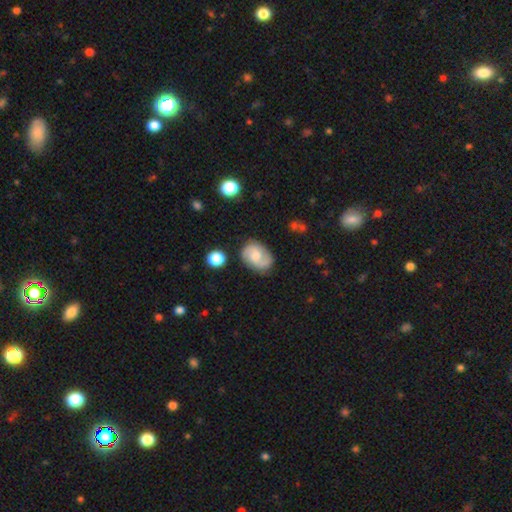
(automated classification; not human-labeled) Smooth or featured? Predicted: featured or disk (p=0.64). Edge-on disk? Predicted: no (p=0.98). Bar? Predicted: no (p=0.54). Spiral arms? Predicted: yes (p=0.93). Spiral winding? Predicted: medium (p=0.50). Spiral arm count? Predicted: 2 (p=0.85). Bulge size? Predicted: moderate (p=0.40). Merging? Predicted: none (p=0.75).